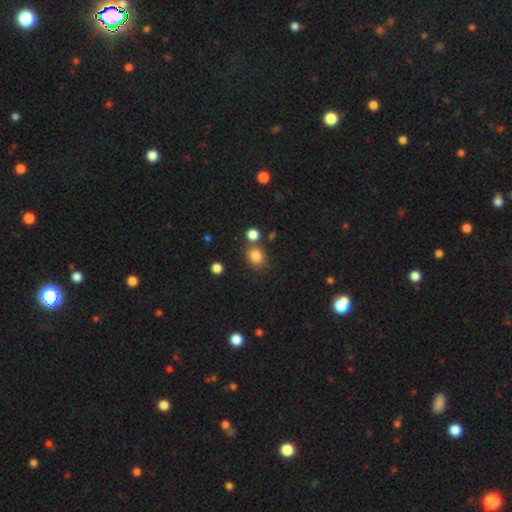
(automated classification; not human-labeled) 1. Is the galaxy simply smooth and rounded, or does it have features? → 81% smooth, 13% star or artifact, 6% featured or disk.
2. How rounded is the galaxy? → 68% round, 31% in between, 1% cigar-shaped.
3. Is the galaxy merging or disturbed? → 72% none, 14% merger, 11% minor disturbance, 3% major disturbance.